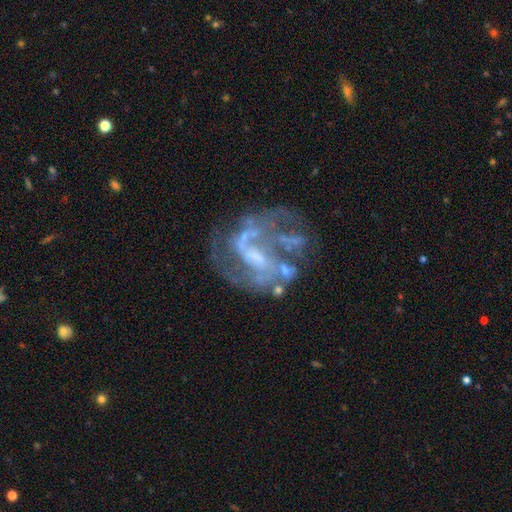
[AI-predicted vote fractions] Smooth or featured?
  - featured or disk: 84% *
  - star or artifact: 9%
  - smooth: 7%
Edge-on disk?
  - no: 98% *
  - yes: 2%
Bar?
  - weak: 46% *
  - no: 35%
  - strong: 19%
Spiral arms?
  - yes: 80% *
  - no: 20%
Spiral winding?
  - medium: 44% *
  - loose: 36%
  - tight: 20%
Spiral arm count?
  - 2: 45% *
  - can't tell: 25%
  - 3: 15%
  - 1: 7%
  - 4: 5%
  - more than 4: 4%
Bulge size?
  - small: 39% *
  - none: 32%
  - moderate: 26%
  - large: 3%
  - dominant: 1%
Merging?
  - none: 44% *
  - major disturbance: 30%
  - minor disturbance: 17%
  - merger: 9%